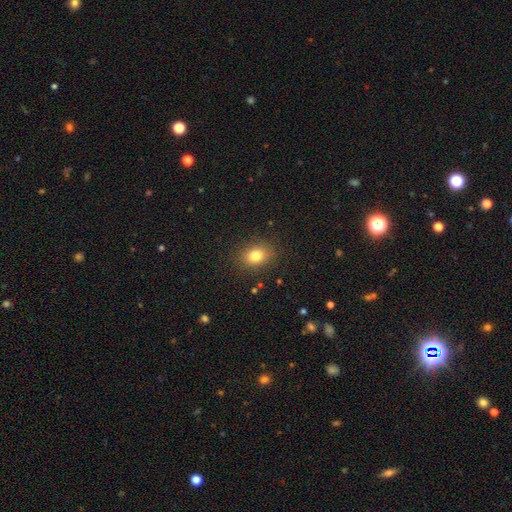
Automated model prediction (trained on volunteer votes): Smooth or featured: smooth — 81% (star or artifact — 11%)
How rounded: in between — 63% (round — 36%)
Merging: none — 87% (minor disturbance — 9%)